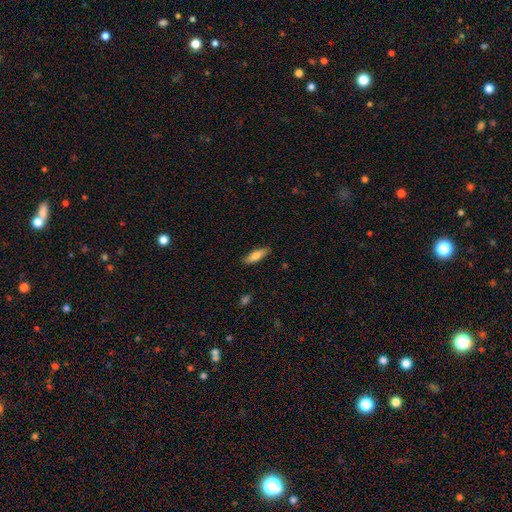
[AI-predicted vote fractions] Smooth or featured: smooth — 76% (featured or disk — 18%)
How rounded: cigar-shaped — 53% (in between — 45%)
Merging: none — 87% (minor disturbance — 10%)